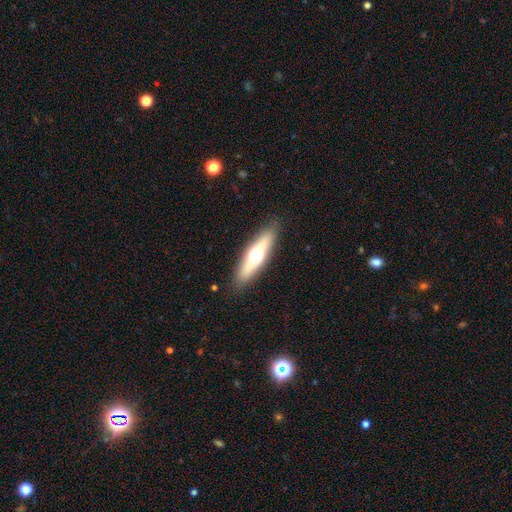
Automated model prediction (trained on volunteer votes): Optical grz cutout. It shows a smooth galaxy with no disk features (48%). Merging: none (87%).